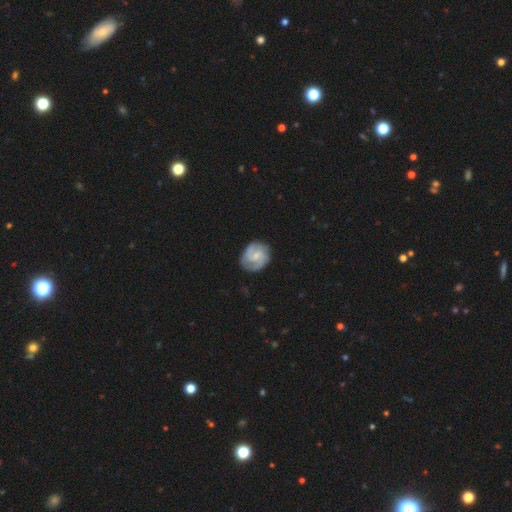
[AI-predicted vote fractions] The model was most divided on "bar": weak: 46%, no: 45%, strong: 8%. Remaining: edge-on disk — no (98%); spiral arms — yes (95%); merging — none (79%); smooth or featured — featured or disk (76%); spiral arm count — 2 (67%); bulge size — small (58%); spiral winding — medium (45%).